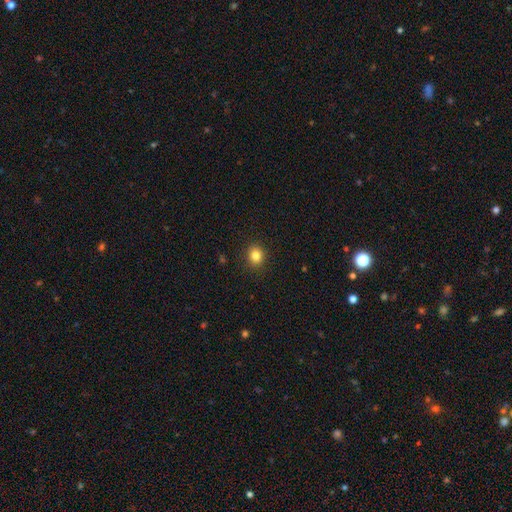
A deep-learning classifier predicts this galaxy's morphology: A smooth galaxy with no disk features (83%) that is round (74%). Merging: none (90%).